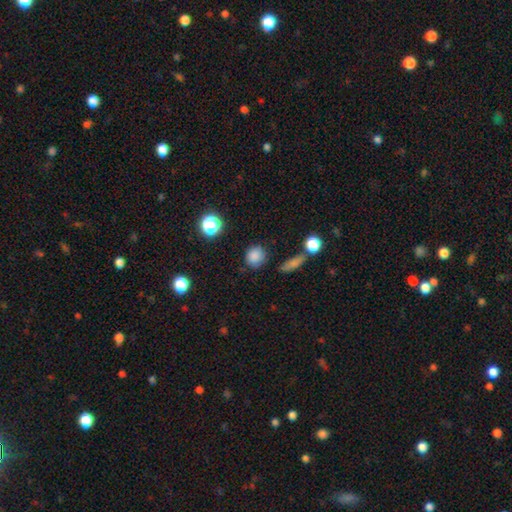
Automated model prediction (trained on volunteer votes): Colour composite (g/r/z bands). It shows a smooth galaxy with no disk features (83%) that is round (87%). Merging: none (81%).